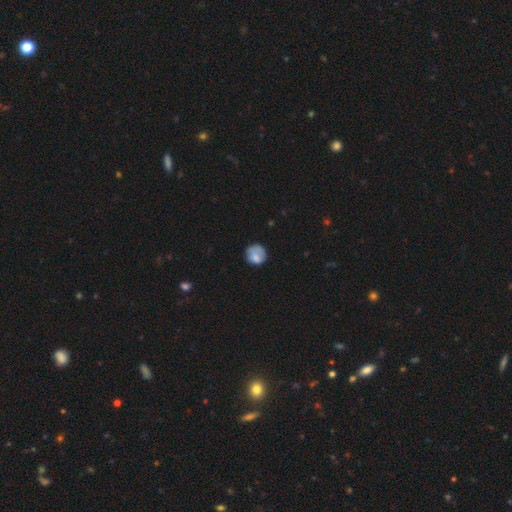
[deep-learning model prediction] A smooth galaxy with no disk features (76%) that is round (83%). Merging: none (62%).